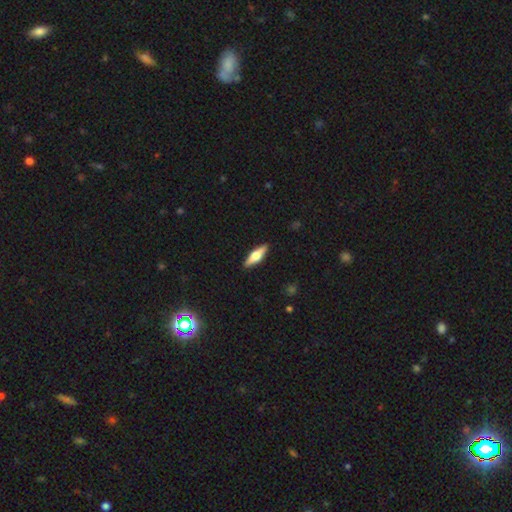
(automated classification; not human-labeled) A featured or disk galaxy (52%) viewed edge-on (94%).

Vote fractions:
- Smooth or featured? featured or disk: 52% / smooth: 42% / star or artifact: 6%
- Edge-on disk? yes: 94% / no: 6%
- Merging? none: 91% / minor disturbance: 7% / major disturbance: 2% / merger: 1%